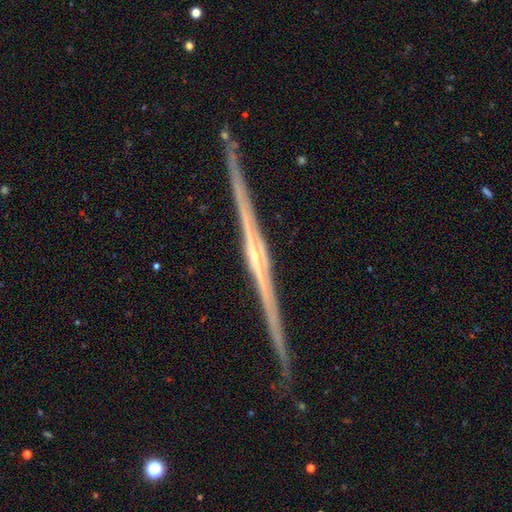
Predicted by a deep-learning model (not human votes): featured or disk 89%, smooth 6%, star or artifact 5%. Down the decision tree: edge-on disk — yes (99%); edge-on bulge — rounded (60%); merging — none (91%).